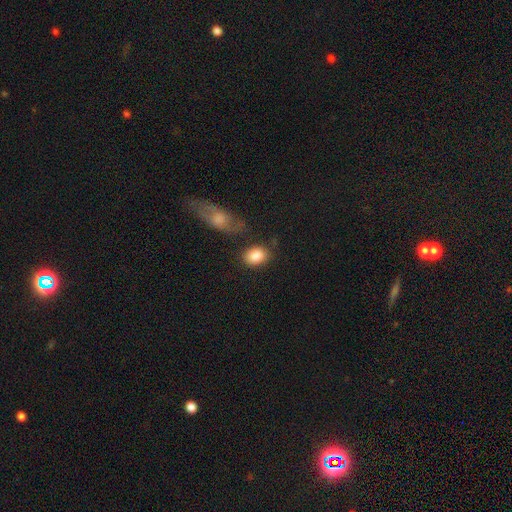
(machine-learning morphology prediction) This appears to be a smooth galaxy with no disk features (86%) that is in between round and cigar-shaped (67%). Merging: none (71%).